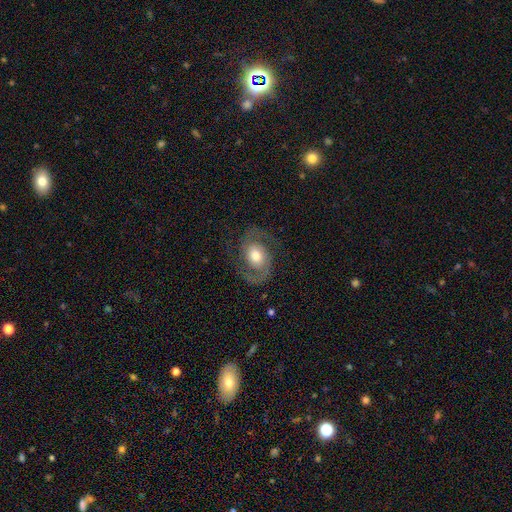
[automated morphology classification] A featured or disk galaxy (86%) with no bar (59%), 2 (92%) medium (57%) spiral arms (96%) and a moderate central bulge (67%).

Vote fractions:
- Smooth or featured? featured or disk: 86% / smooth: 9% / star or artifact: 5%
- Edge-on disk? no: 98% / yes: 2%
- Bar? no: 59% / weak: 32% / strong: 9%
- Spiral arms? yes: 96% / no: 4%
- Spiral winding? medium: 57% / loose: 22% / tight: 21%
- Spiral arm count? 2: 92% / can't tell: 2% / 1: 2% / 3: 1% / 4: 1% / more than 4: 1%
- Bulge size? moderate: 67% / large: 18% / small: 12% / dominant: 2% / none: 1%
- Merging? none: 78% / minor disturbance: 12% / major disturbance: 8% / merger: 1%